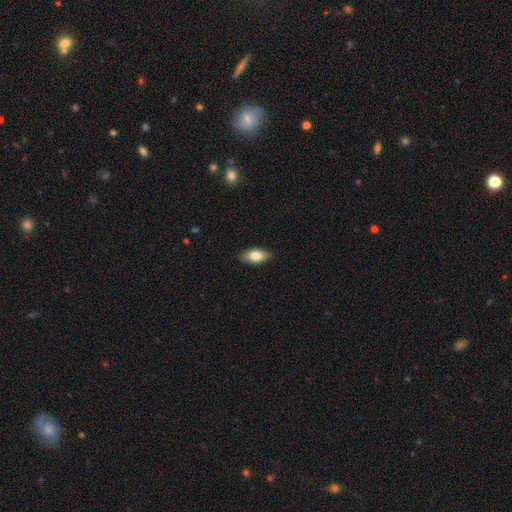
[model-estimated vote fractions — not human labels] Smooth or featured?
  - smooth: 78% *
  - featured or disk: 15%
  - star or artifact: 7%
How rounded?
  - in between: 87% *
  - cigar-shaped: 9%
  - round: 4%
Merging?
  - none: 88% *
  - minor disturbance: 9%
  - major disturbance: 2%
  - merger: 1%